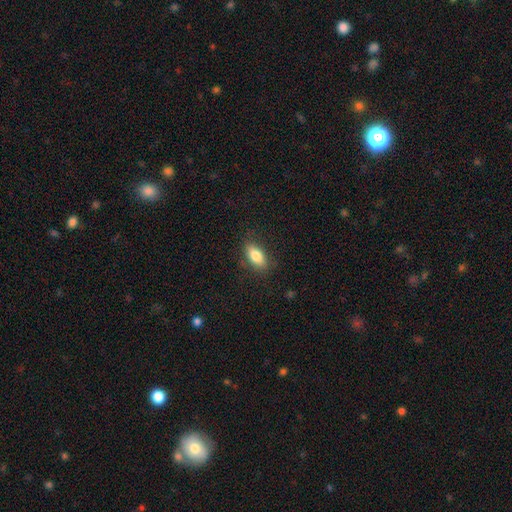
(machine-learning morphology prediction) Smooth or featured? Predicted: smooth (p=0.81). How rounded? Predicted: in between (p=0.83). Merging? Predicted: none (p=0.83).